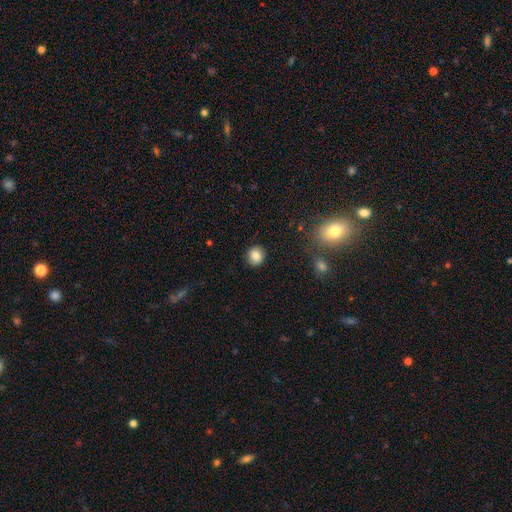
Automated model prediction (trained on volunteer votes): smooth_or_featured: smooth (p=0.85) [alt: star or artifact p=0.10]
how_rounded: round (p=0.82) [alt: in between p=0.17]
merging: none (p=0.89) [alt: minor disturbance p=0.08]